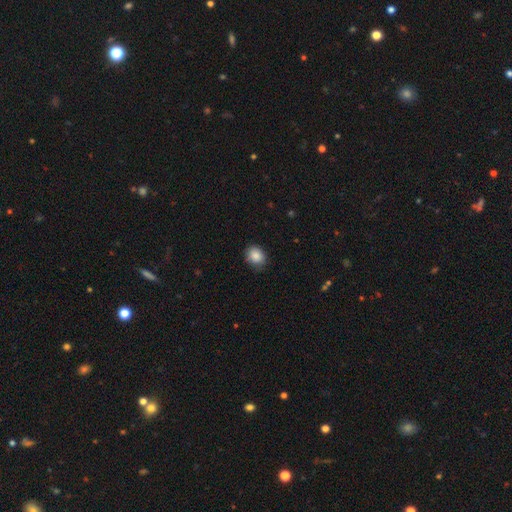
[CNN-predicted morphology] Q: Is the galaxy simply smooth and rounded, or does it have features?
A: smooth — 86%.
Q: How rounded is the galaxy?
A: round — 55%.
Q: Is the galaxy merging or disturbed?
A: none — 78%.